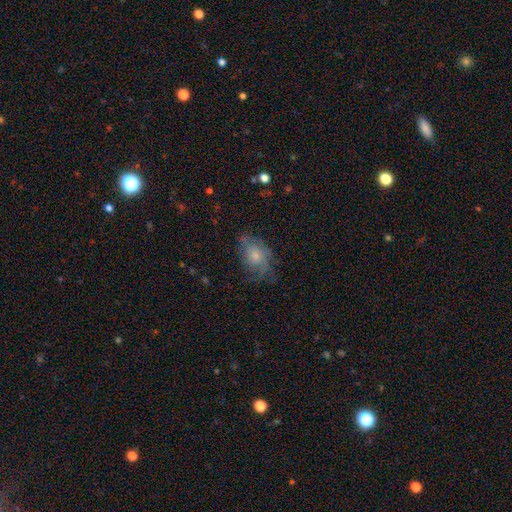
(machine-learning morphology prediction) Smooth or featured: smooth — 53% (featured or disk — 38%)
How rounded: in between — 74% (round — 24%)
Merging: none — 52% (minor disturbance — 27%)